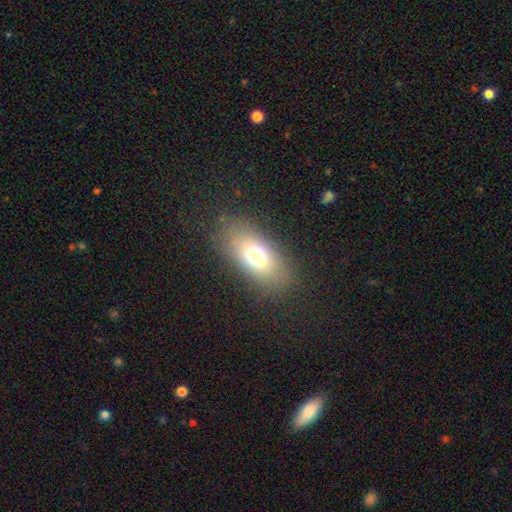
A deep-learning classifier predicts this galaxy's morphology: Q: Smooth or featured?
A: smooth (70%); runner-up: featured or disk (17%)
Q: How rounded?
A: in between (84%); runner-up: round (9%)
Q: Merging?
A: none (82%); runner-up: minor disturbance (11%)